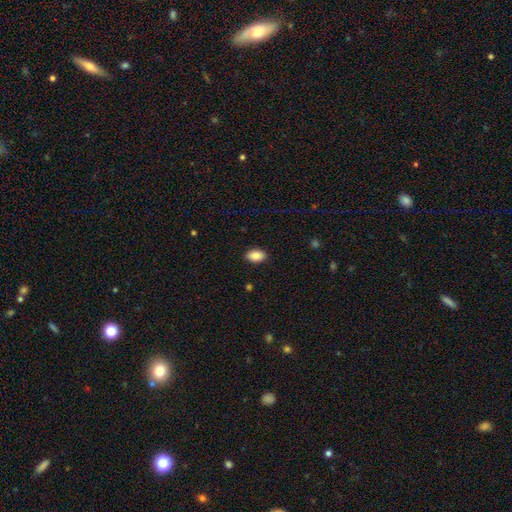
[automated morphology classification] smooth_or_featured: smooth (p=0.89) [alt: star or artifact p=0.07]
how_rounded: in between (p=0.92) [alt: round p=0.06]
merging: none (p=0.89) [alt: minor disturbance p=0.08]